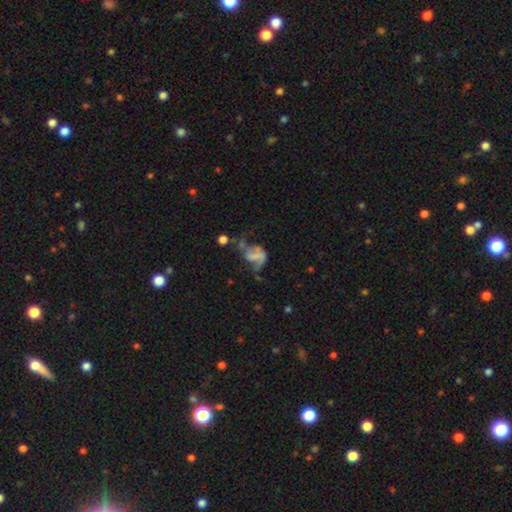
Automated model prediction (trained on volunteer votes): smooth-or-featured: featured or disk: 55% | smooth: 31% | star or artifact: 14%
  disk-edge-on: no: 97% | yes: 3%
    bar: no: 38% | strong: 32% | weak: 30%
    has-spiral-arms: yes: 55% | no: 45%
    bulge-size: none: 66% | small: 18% | moderate: 10% | large: 4% | dominant: 2%
  merging: major disturbance: 42% | none: 25% | minor disturbance: 19% | merger: 14%